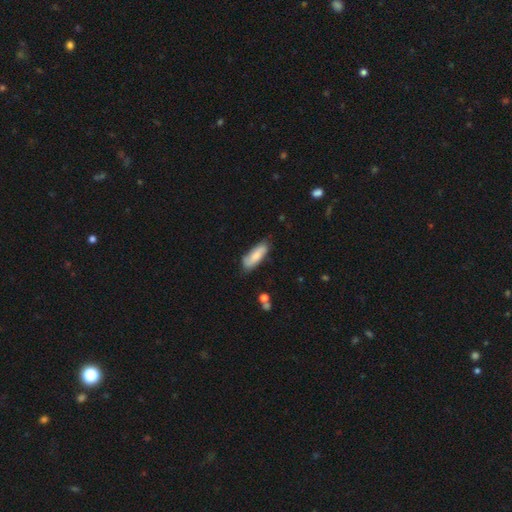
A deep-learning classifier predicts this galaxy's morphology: Q: Smooth or featured?
A: smooth (74%); runner-up: featured or disk (20%)
Q: How rounded?
A: in between (63%); runner-up: cigar-shaped (35%)
Q: Merging?
A: none (72%); runner-up: minor disturbance (22%)